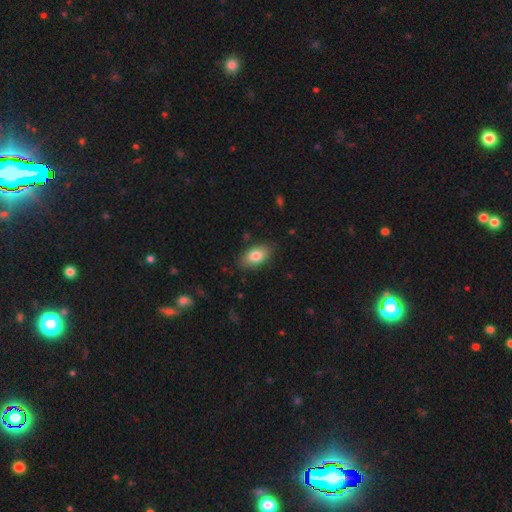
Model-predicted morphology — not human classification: A smooth galaxy with no disk features (81%) that is in between round and cigar-shaped (92%).

Vote fractions:
- Smooth or featured? smooth: 81% / featured or disk: 13% / star or artifact: 7%
- How rounded? in between: 92% / round: 5% / cigar-shaped: 3%
- Merging? none: 84% / minor disturbance: 13% / major disturbance: 3% / merger: 1%